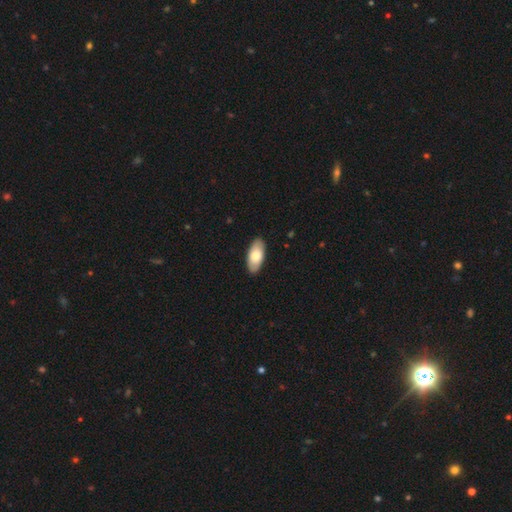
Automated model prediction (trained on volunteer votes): smooth-or-featured: smooth: 78% | featured or disk: 17% | star or artifact: 5%
  how-rounded: in between: 92% | cigar-shaped: 6% | round: 2%
  merging: none: 90% | minor disturbance: 8% | major disturbance: 2% | merger: 1%